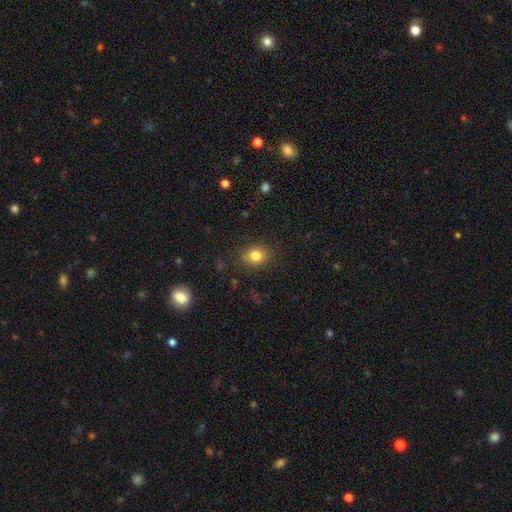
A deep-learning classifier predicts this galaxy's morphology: type=smooth (82%); roundness=round (56%); merging=none (86%).